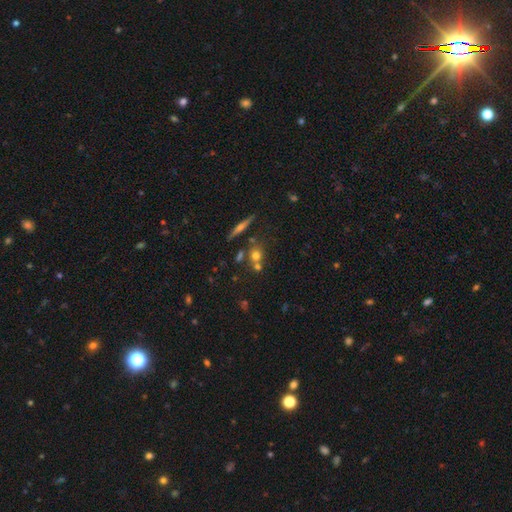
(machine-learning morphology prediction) This is likely a smooth galaxy (60%). How rounded: likely round (75%). Merging: possibly none (53%).